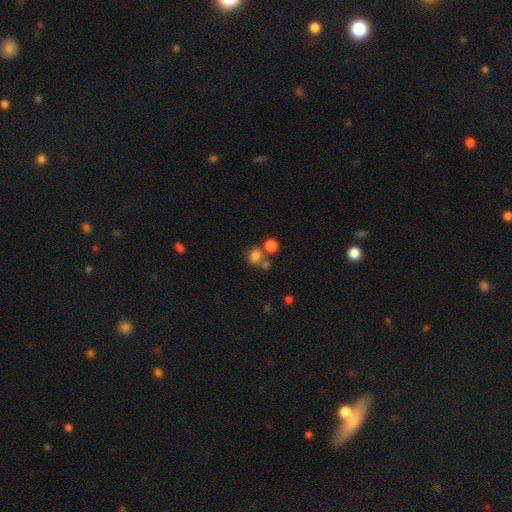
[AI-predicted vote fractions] A smooth galaxy with no disk features (78%) that is round (54%). Merging: none (47%).